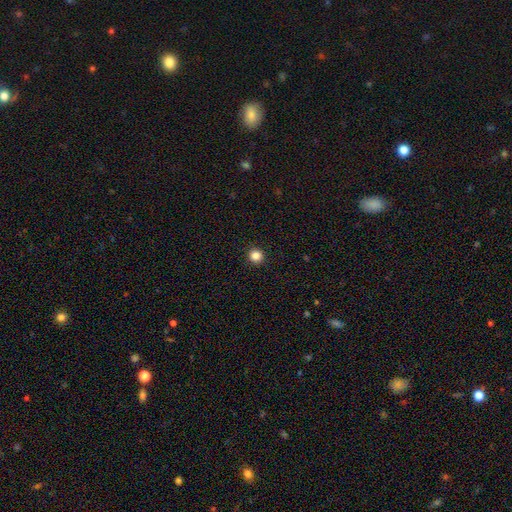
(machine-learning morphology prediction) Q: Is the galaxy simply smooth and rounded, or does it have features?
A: smooth — 84%.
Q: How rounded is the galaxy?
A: round — 95%.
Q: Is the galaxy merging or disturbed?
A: none — 94%.